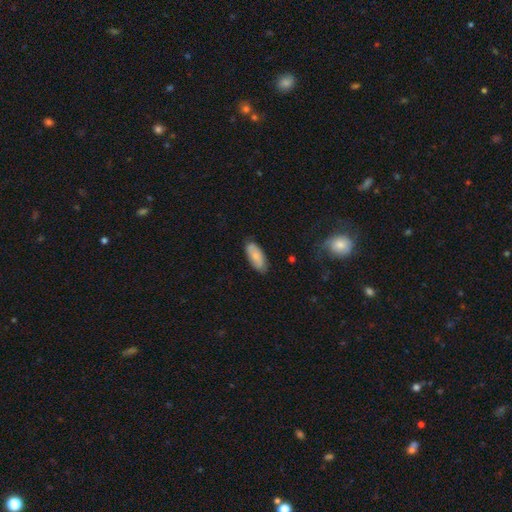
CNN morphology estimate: Smooth or featured: smooth — 72% (featured or disk — 22%)
How rounded: in between — 86% (cigar-shaped — 12%)
Merging: none — 80% (minor disturbance — 16%)